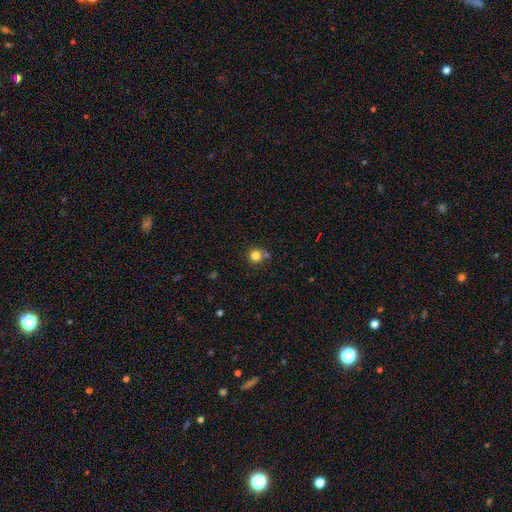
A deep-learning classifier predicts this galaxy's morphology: Smooth or featured: smooth — 82% (star or artifact — 12%)
How rounded: round — 92% (in between — 7%)
Merging: none — 71% (merger — 13%)